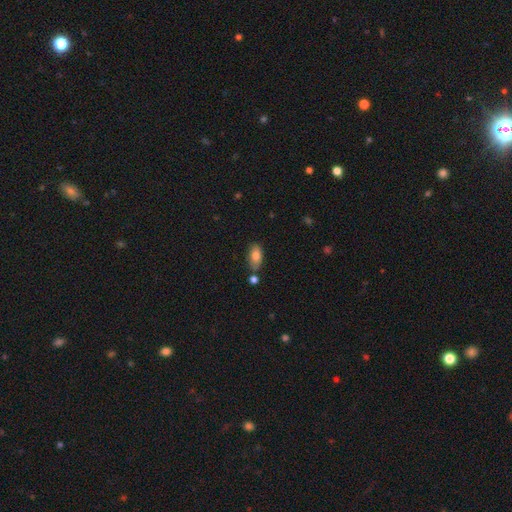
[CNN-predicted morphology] smooth-or-featured: smooth: 80% | featured or disk: 13% | star or artifact: 8%
  how-rounded: in between: 90% | cigar-shaped: 6% | round: 4%
  merging: none: 70% | minor disturbance: 17% | merger: 9% | major disturbance: 4%